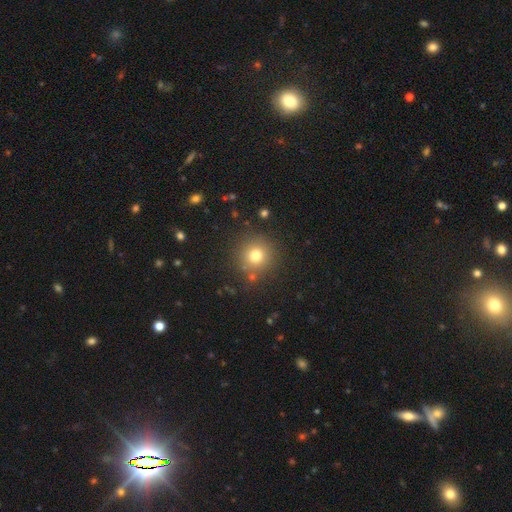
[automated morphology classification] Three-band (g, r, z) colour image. It shows a smooth galaxy with no disk features (76%) that is round (94%). Merging: none (85%).